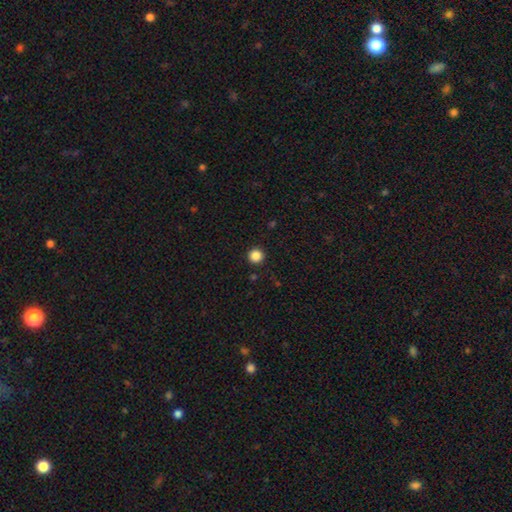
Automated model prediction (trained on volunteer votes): A smooth galaxy with no disk features (86%) that is round (96%). Merging: none (93%).